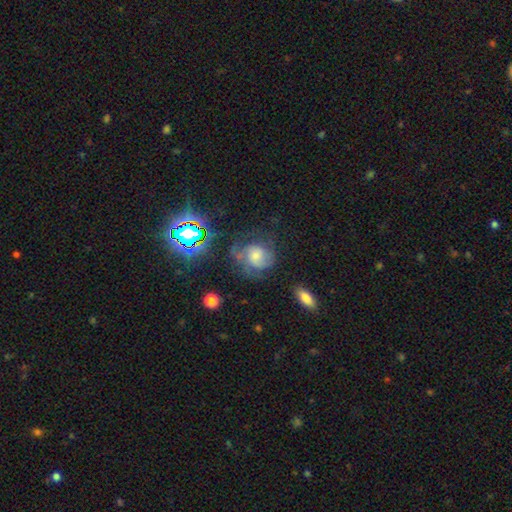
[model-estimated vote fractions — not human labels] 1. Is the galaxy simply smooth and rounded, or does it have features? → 47% featured or disk, 35% smooth, 19% star or artifact.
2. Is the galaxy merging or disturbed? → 49% none, 24% minor disturbance, 23% major disturbance, 4% merger.